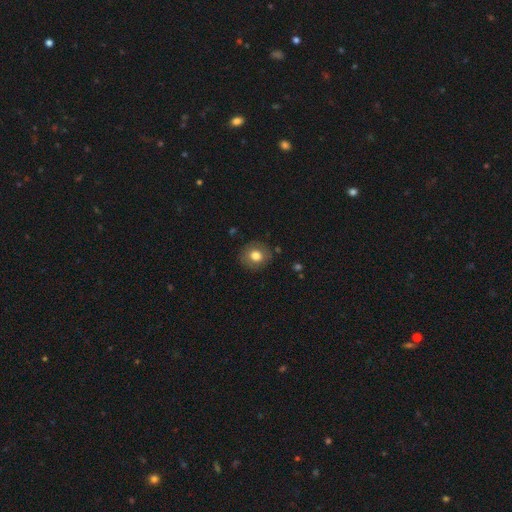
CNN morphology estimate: The model was most divided on "how rounded": round: 78%, in between: 21%, cigar-shaped: 1%. More confident: merging — none (86%); smooth or featured — smooth (77%).